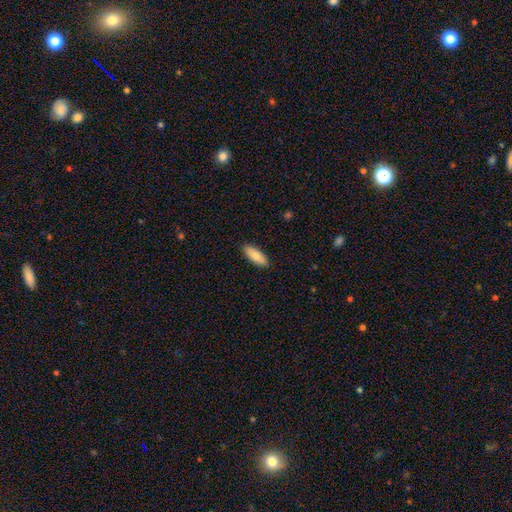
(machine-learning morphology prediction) Overall: smooth (82%). How rounded: in between (68%; cigar-shaped 30%). Merging: none (90%).